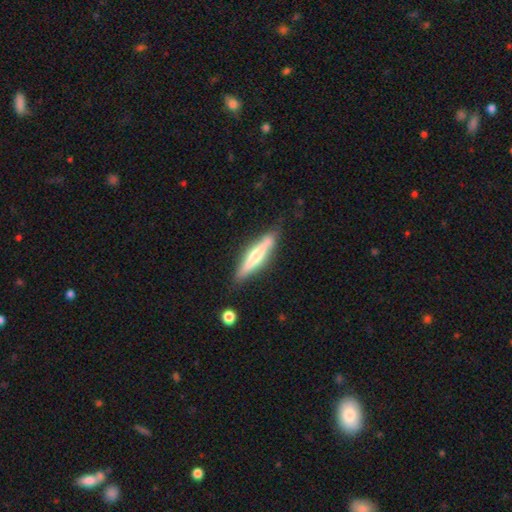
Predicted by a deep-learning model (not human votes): smooth_or_featured: featured or disk (p=0.54) [alt: smooth p=0.40]
disk_edge_on: yes (p=0.94) [alt: no p=0.06]
edge_on_bulge: rounded (p=0.71) [alt: none p=0.15]
merging: none (p=0.80) [alt: minor disturbance p=0.14]